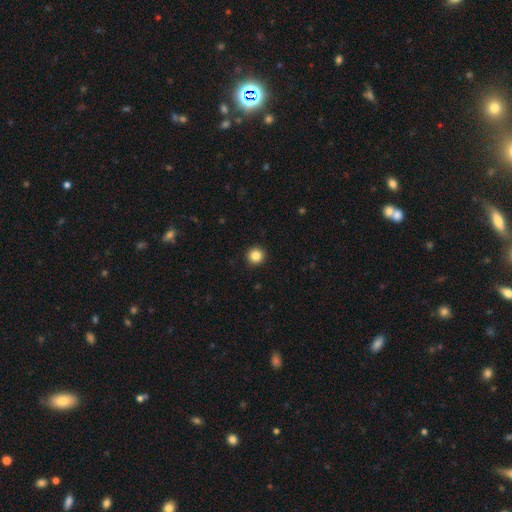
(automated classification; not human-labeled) smooth-or-featured: smooth: 84% | star or artifact: 11% | featured or disk: 5%
  how-rounded: round: 96% | in between: 3% | cigar-shaped: 1%
  merging: none: 94% | minor disturbance: 4% | major disturbance: 1% | merger: 1%